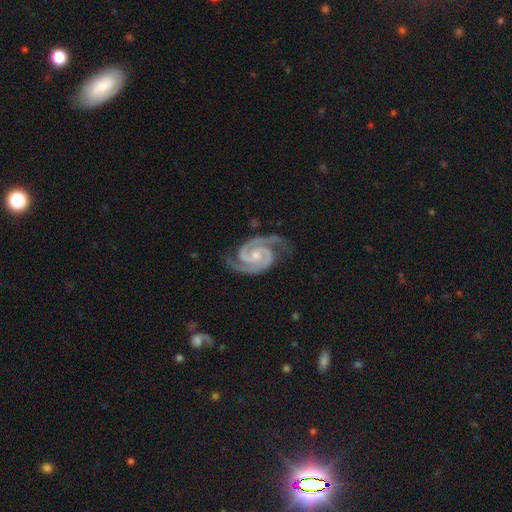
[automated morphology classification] smooth-or-featured: featured or disk: 94% | star or artifact: 4% | smooth: 2%
  disk-edge-on: no: 98% | yes: 2%
    bar: no: 60% | weak: 30% | strong: 10%
    has-spiral-arms: yes: 99% | no: 1%
      spiral-winding: tight: 57% | medium: 39% | loose: 4%
      spiral-arm-count: 2: 92% | 3: 4% | can't tell: 1% | 4: 1% | 1: 1% | more than 4: 1%
    bulge-size: small: 55% | moderate: 39% | none: 4% | large: 1% | dominant: 1%
  merging: none: 78% | minor disturbance: 17% | major disturbance: 4% | merger: 1%